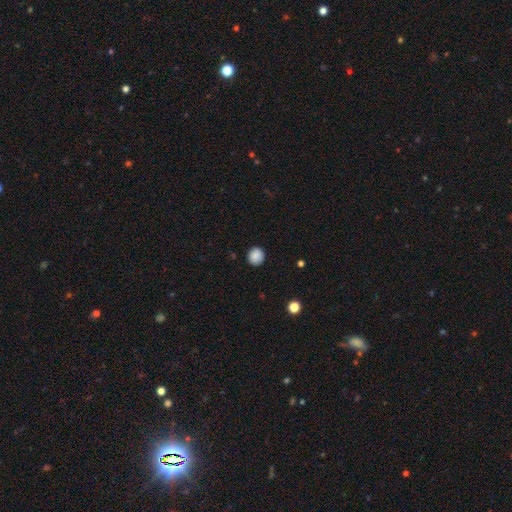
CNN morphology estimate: Smooth or featured: smooth — 88% (star or artifact — 9%)
How rounded: round — 89% (in between — 10%)
Merging: none — 90% (minor disturbance — 7%)